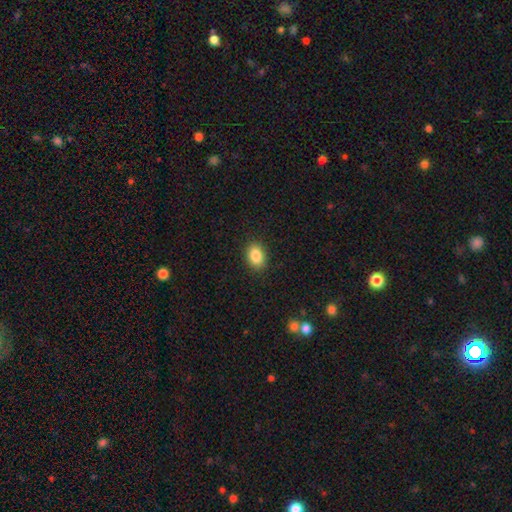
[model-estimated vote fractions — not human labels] Overall: smooth (86%). How rounded: in between (81%). Merging: none (89%).